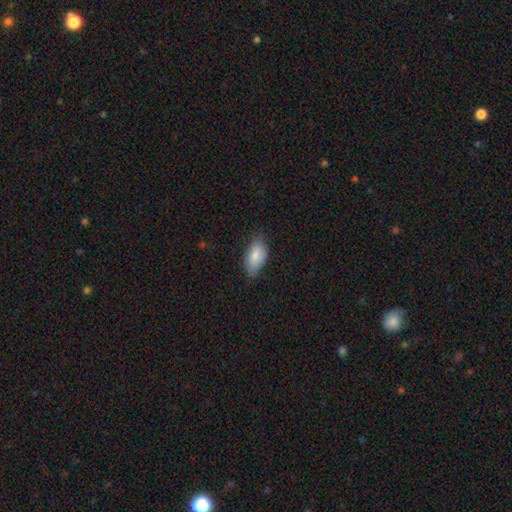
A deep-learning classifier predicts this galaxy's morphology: Smooth or featured? smooth (81%)
How rounded? in between (92%)
Merging? none (73%)